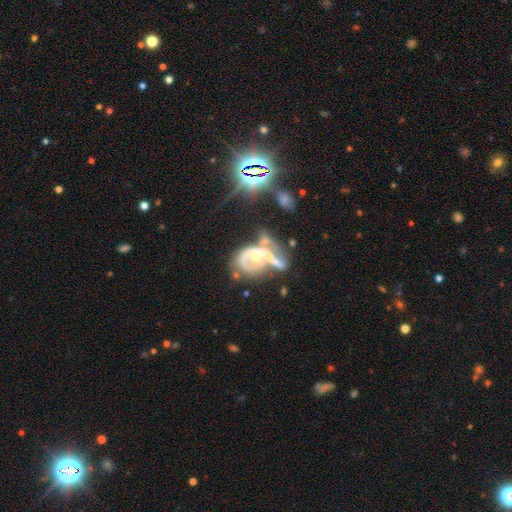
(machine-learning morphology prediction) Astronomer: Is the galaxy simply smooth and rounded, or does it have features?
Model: featured or disk — 67%.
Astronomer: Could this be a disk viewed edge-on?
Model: no — 95%.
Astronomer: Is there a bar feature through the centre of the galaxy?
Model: no — 76%.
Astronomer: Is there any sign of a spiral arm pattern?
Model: no — 54% (runner-up: yes, 46%).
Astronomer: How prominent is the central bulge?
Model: moderate — 49% (runner-up: small, 40%).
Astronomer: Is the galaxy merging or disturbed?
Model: merger — 49%.